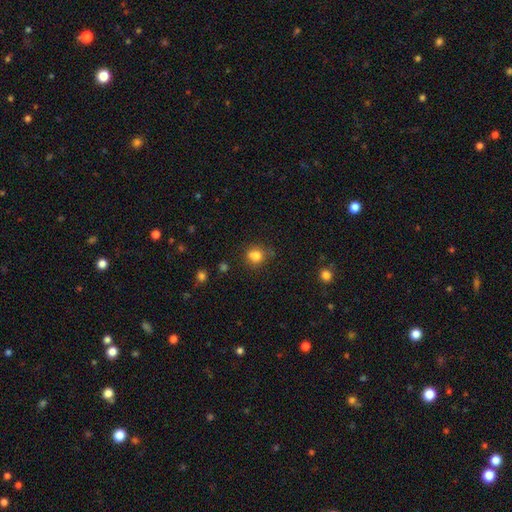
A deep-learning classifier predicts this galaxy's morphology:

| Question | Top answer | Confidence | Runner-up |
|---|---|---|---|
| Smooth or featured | smooth | 80% | star or artifact (12%) |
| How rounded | round | 77% | in between (22%) |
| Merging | none | 65% | minor disturbance (18%) |